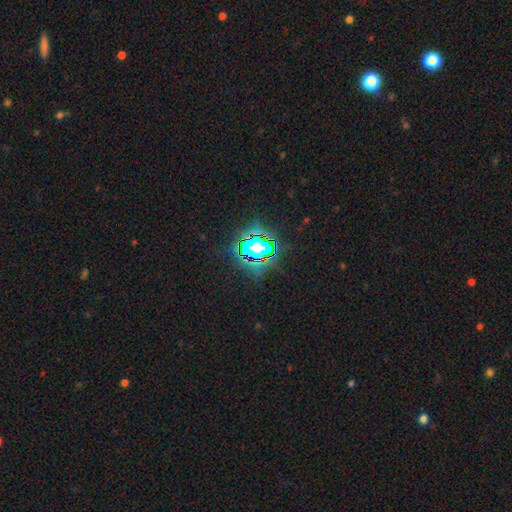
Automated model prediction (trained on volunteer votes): This is clearly a star or artifact rather than a galaxy (81%).